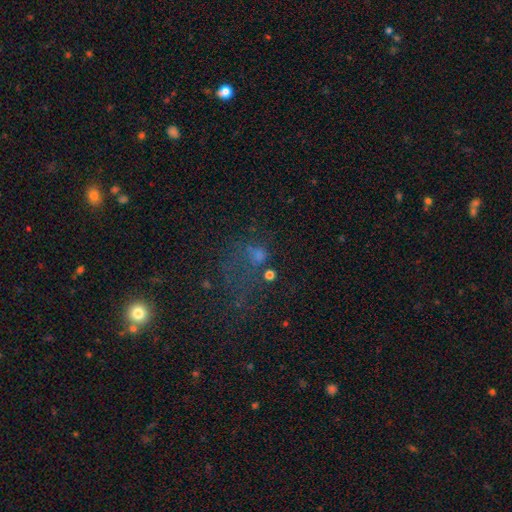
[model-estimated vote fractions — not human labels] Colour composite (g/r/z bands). It shows a smooth galaxy with no disk features (40%). Merging: major disturbance (37%).